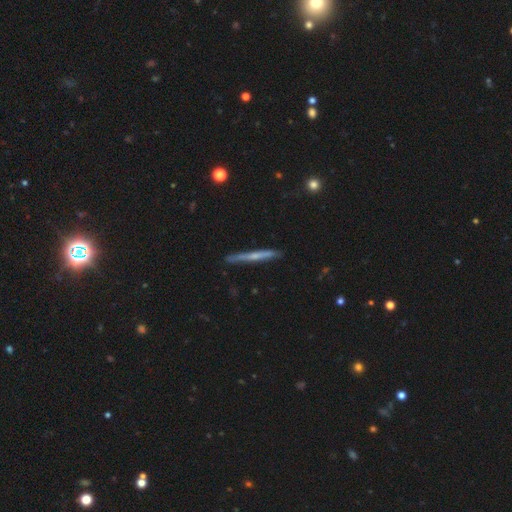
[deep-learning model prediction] Morphology: type=featured or disk (56%); edge-on=yes (96%); edge-on bulge=none (60%); merging=none (86%).